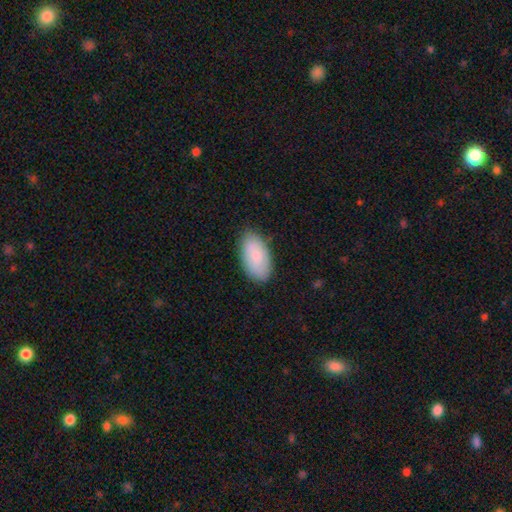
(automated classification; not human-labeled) Smooth or featured? Predicted: smooth (p=0.83). How rounded? Predicted: in between (p=0.95). Merging? Predicted: none (p=0.82).